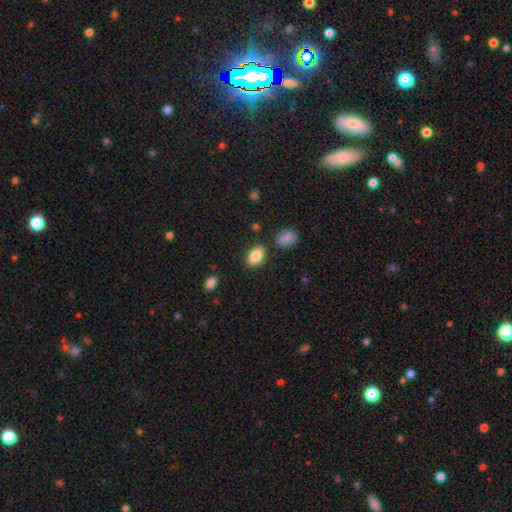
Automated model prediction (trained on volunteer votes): Q: Smooth or featured?
A: smooth (85%); runner-up: star or artifact (8%)
Q: How rounded?
A: in between (88%); runner-up: round (10%)
Q: Merging?
A: none (82%); runner-up: minor disturbance (11%)